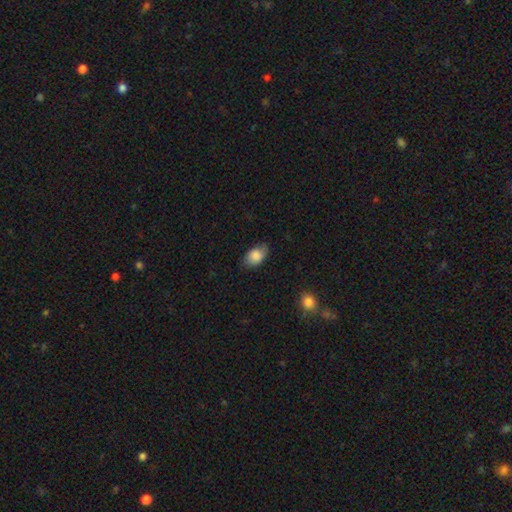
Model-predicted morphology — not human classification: Smooth or featured? Predicted: smooth (p=0.84). How rounded? Predicted: in between (p=0.88). Merging? Predicted: none (p=0.75).